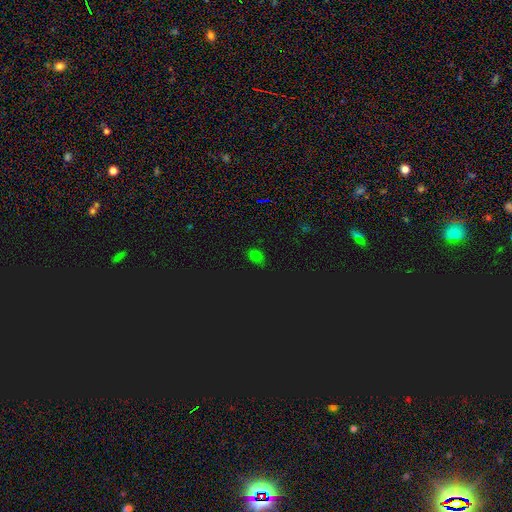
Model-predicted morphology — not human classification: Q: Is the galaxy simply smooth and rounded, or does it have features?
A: smooth — 62%.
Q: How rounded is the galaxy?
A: in between — 63%.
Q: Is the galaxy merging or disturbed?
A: none — 82%.